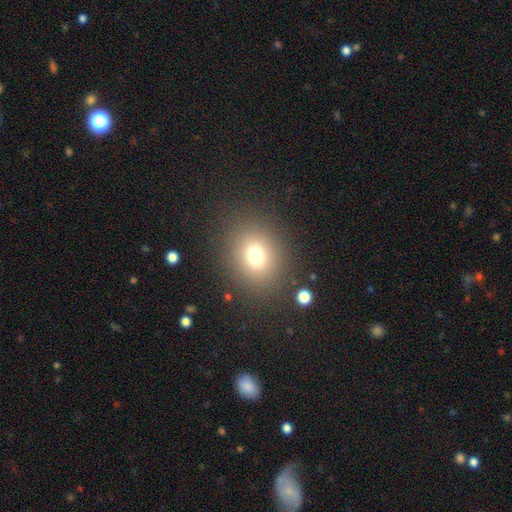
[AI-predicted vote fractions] This is likely a smooth galaxy (72%). How rounded: likely round (66%). Merging: clearly none (85%).